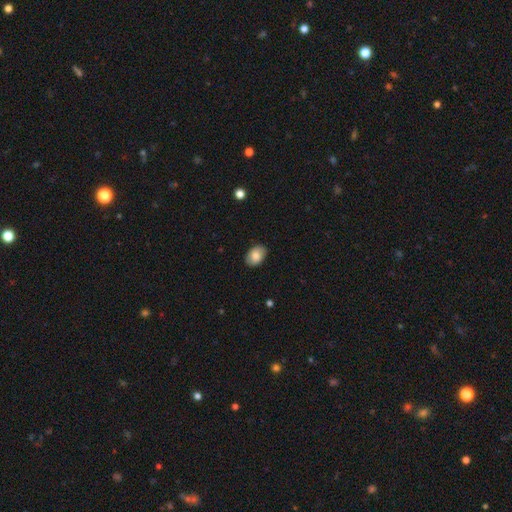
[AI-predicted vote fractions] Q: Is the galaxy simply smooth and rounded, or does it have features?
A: smooth — 84%.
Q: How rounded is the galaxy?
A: in between — 84%.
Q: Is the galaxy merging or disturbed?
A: none — 87%.